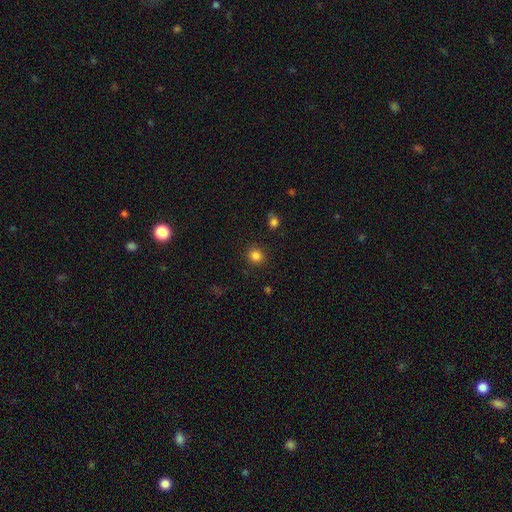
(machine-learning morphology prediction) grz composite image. It shows a smooth galaxy with no disk features (84%) that is round (86%). Merging: none (89%).